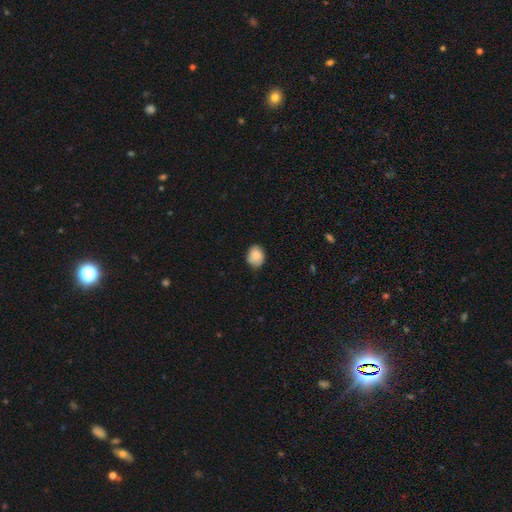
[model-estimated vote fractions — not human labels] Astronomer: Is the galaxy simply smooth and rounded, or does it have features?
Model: smooth — 87%.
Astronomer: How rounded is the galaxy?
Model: round — 50% (runner-up: in between, 49%).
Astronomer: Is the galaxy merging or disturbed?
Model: none — 78%.